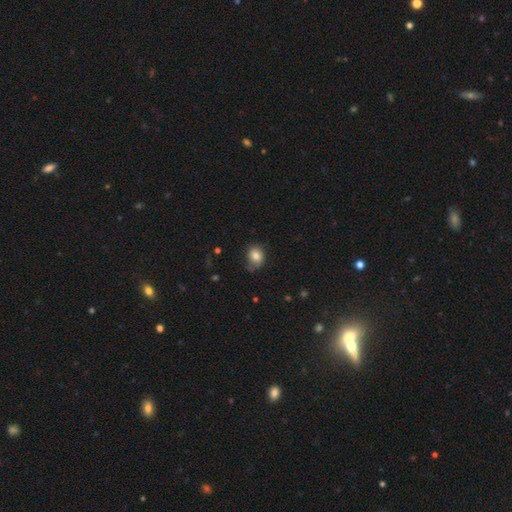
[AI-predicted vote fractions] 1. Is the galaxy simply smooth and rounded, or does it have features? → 80% smooth, 11% featured or disk, 10% star or artifact.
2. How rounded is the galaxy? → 51% round, 48% in between, 1% cigar-shaped.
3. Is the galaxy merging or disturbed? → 60% none, 28% minor disturbance, 8% major disturbance, 4% merger.